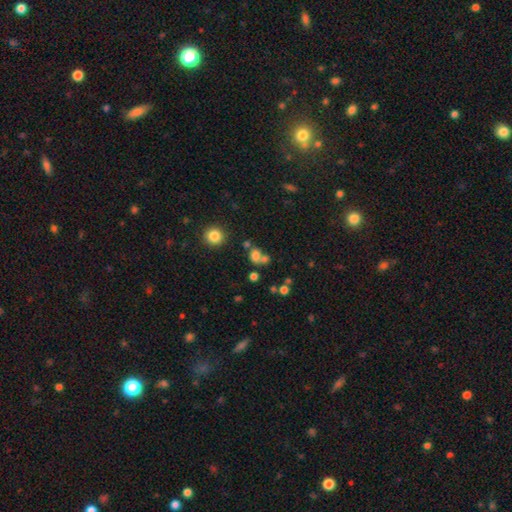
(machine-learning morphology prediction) Q: Smooth or featured?
A: smooth (71%); runner-up: star or artifact (17%)
Q: How rounded?
A: round (60%); runner-up: in between (38%)
Q: Merging?
A: merger (43%); runner-up: none (41%)